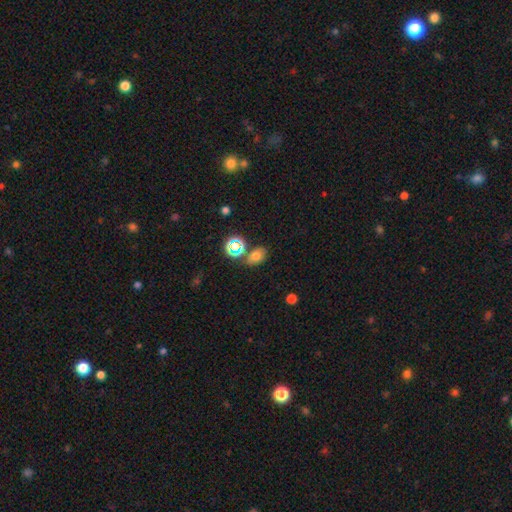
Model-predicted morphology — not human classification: Overall: smooth (67%). How rounded: in between (74%). Merging: none (69%).